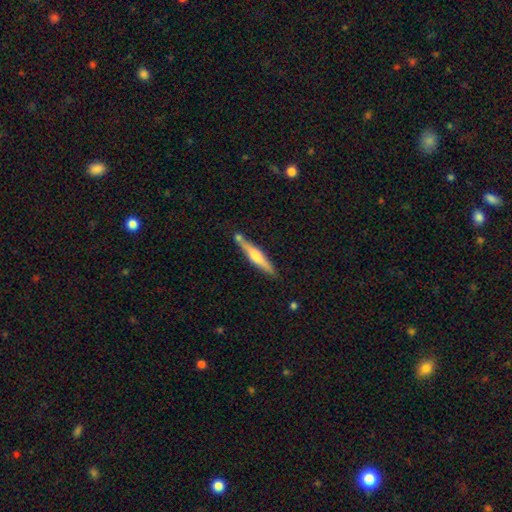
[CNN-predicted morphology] This is possibly a featured or disk galaxy (58%). It is clearly viewed edge-on (96%). Edge-on bulge: likely rounded (80%). Merging: likely none (78%).